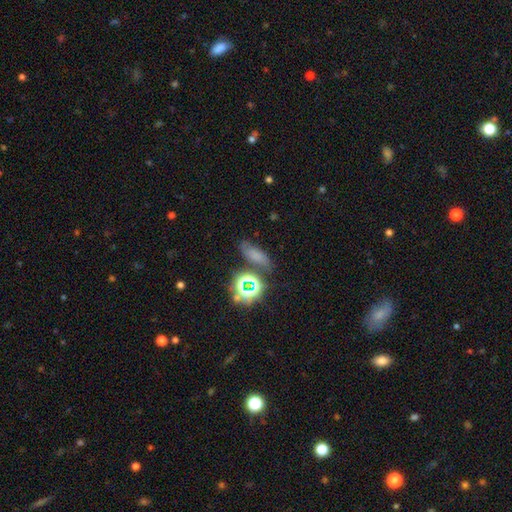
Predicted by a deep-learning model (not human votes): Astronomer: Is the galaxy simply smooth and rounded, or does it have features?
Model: smooth — 56%.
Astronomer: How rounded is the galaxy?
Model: in between — 62%.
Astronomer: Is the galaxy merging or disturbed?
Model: none — 64%.